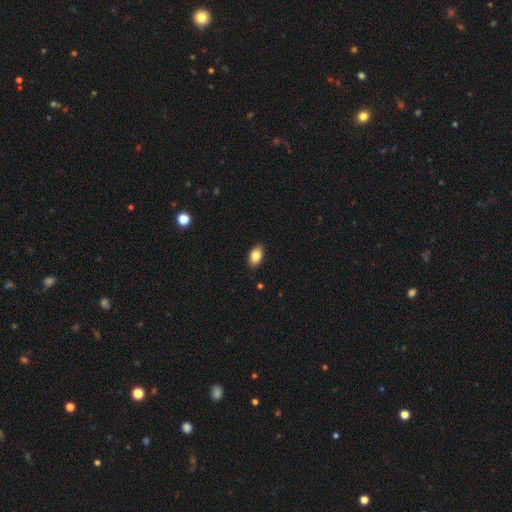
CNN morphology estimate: Q: Smooth or featured?
A: smooth (84%); runner-up: star or artifact (8%)
Q: How rounded?
A: in between (89%); runner-up: round (9%)
Q: Merging?
A: none (89%); runner-up: minor disturbance (8%)